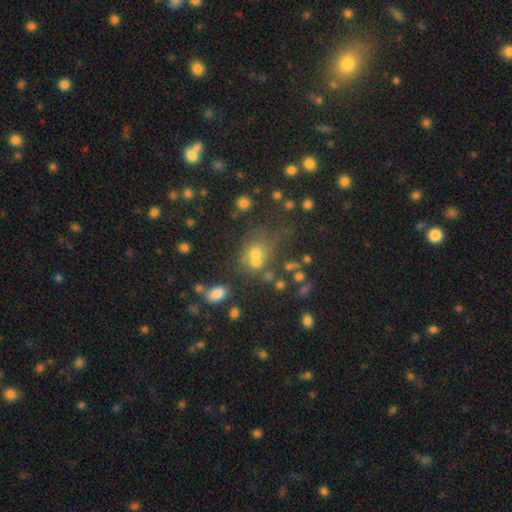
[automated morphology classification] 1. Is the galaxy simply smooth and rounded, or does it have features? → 49% smooth, 39% star or artifact, 11% featured or disk.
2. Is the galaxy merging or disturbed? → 58% none, 17% merger, 15% minor disturbance, 9% major disturbance.